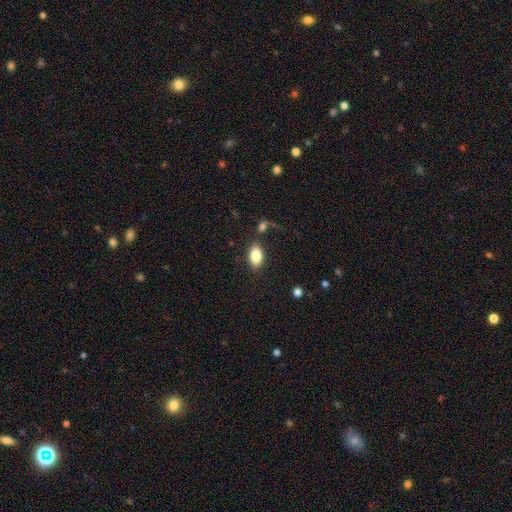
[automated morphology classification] smooth 84%, featured or disk 9%, star or artifact 7%. Down the decision tree: how rounded — in between (92%); merging — none (77%).